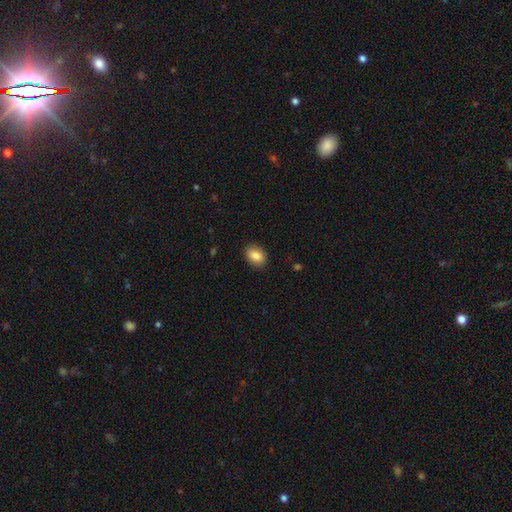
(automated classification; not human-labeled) smooth 87%, star or artifact 8%, featured or disk 6%. Down the decision tree: how rounded — in between (79%); merging — none (88%).